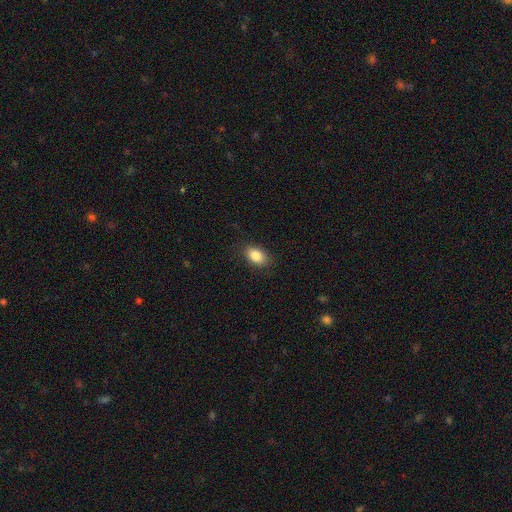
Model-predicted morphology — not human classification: smooth-or-featured: smooth: 86% | star or artifact: 8% | featured or disk: 6%
  how-rounded: in between: 86% | round: 13% | cigar-shaped: 1%
  merging: none: 85% | minor disturbance: 11% | major disturbance: 3% | merger: 1%